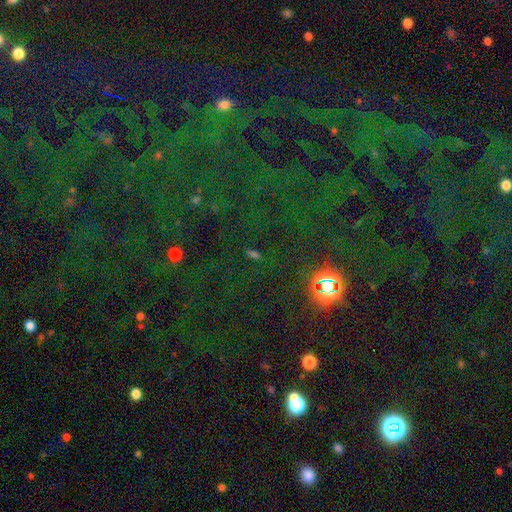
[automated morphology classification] A star or artifact, not a galaxy (77%).